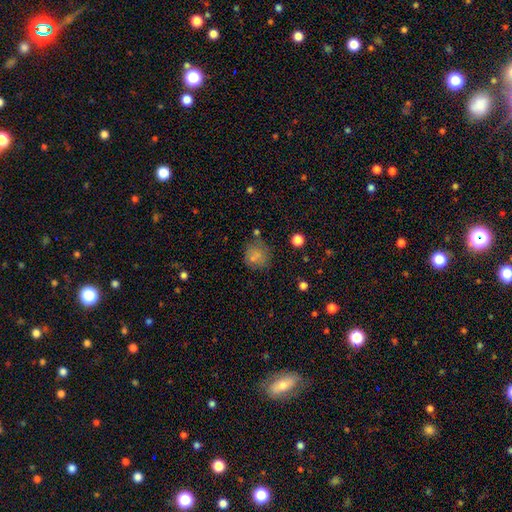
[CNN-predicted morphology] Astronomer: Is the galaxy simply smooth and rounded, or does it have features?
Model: smooth — 73%.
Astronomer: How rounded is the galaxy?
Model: round — 76%.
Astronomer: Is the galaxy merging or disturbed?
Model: none — 56%.